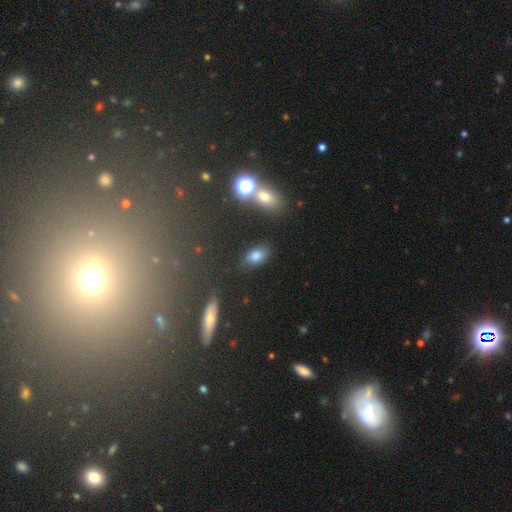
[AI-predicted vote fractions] Smooth or featured? smooth (79%)
How rounded? in between (89%)
Merging? none (80%)